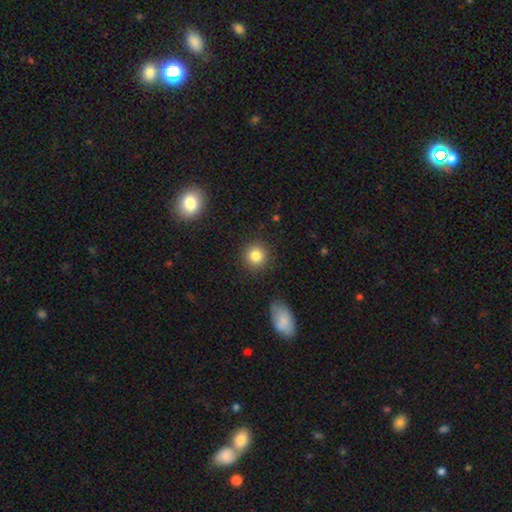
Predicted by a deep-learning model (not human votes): Smooth or featured? Predicted: smooth (p=0.84). How rounded? Predicted: round (p=0.91). Merging? Predicted: none (p=0.89).